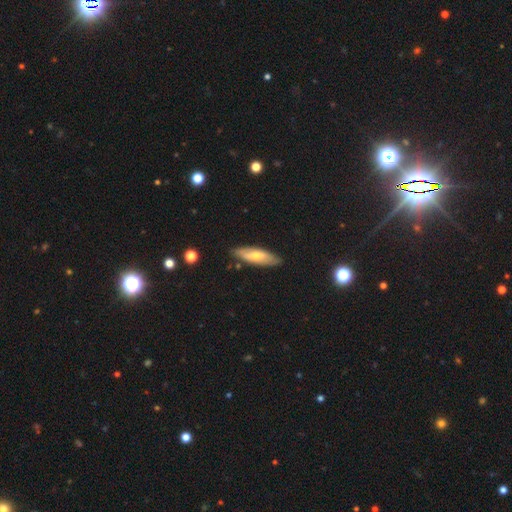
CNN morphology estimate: smooth-or-featured: smooth: 51% | featured or disk: 43% | star or artifact: 6%
  how-rounded: in between: 52% | cigar-shaped: 46% | round: 2%
  merging: none: 81% | minor disturbance: 15% | major disturbance: 3% | merger: 2%